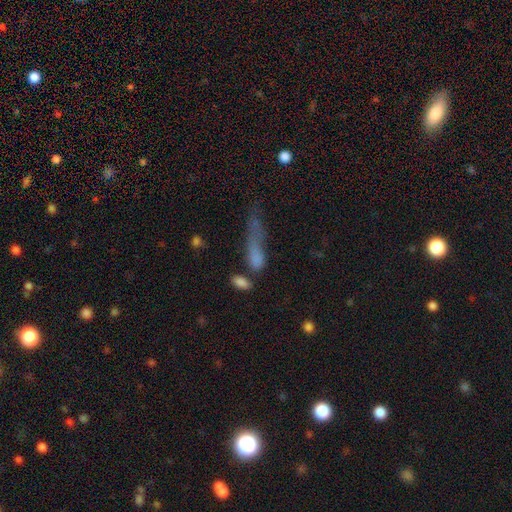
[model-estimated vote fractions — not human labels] The model was most divided on "how rounded" (2-way tie): cigar-shaped: 46%, in between: 46%, round: 8%. Remaining: smooth or featured — smooth (70%); merging — major disturbance (32%).